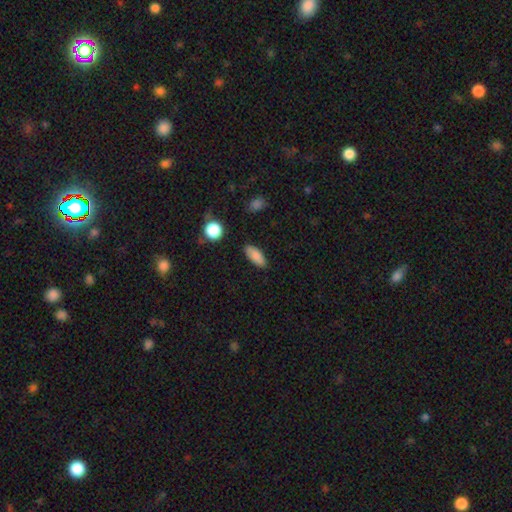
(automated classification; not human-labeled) Smooth or featured?
  - smooth: 86% *
  - star or artifact: 8%
  - featured or disk: 6%
How rounded?
  - in between: 82% *
  - cigar-shaped: 15%
  - round: 3%
Merging?
  - none: 84% *
  - minor disturbance: 11%
  - major disturbance: 3%
  - merger: 2%